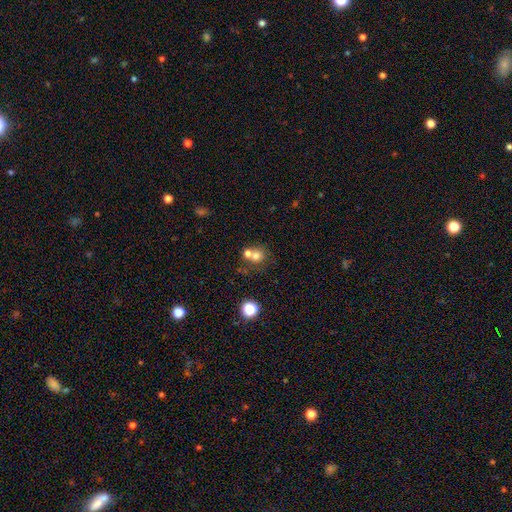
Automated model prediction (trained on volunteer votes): Q: Smooth or featured?
A: smooth (70%); runner-up: featured or disk (15%)
Q: How rounded?
A: round (78%); runner-up: in between (21%)
Q: Merging?
A: merger (51%); runner-up: none (38%)